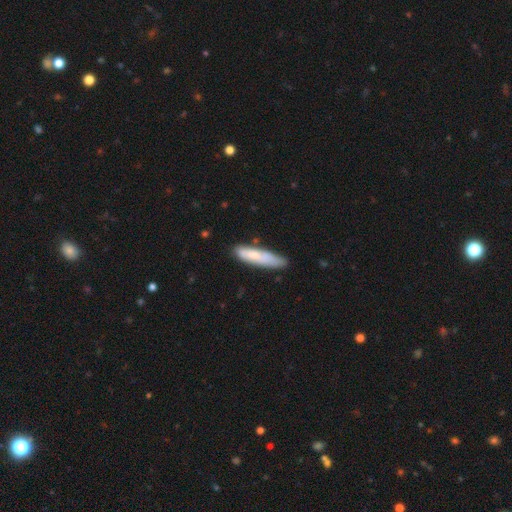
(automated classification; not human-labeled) A smooth galaxy with no disk features (73%) that is cigar-shaped (79%). Merging: none (69%).